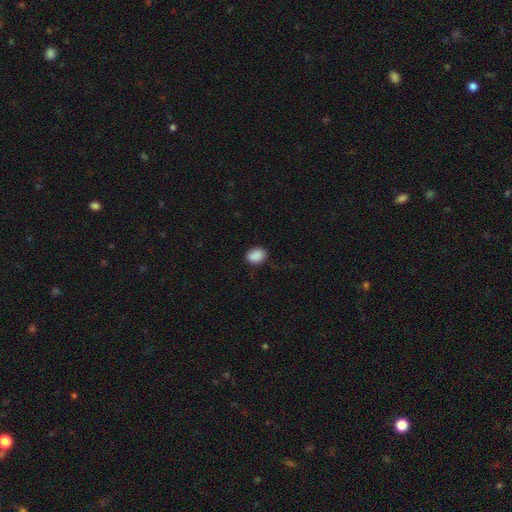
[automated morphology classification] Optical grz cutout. It shows a smooth galaxy with no disk features (89%) that is in between round and cigar-shaped (69%). Merging: none (83%).